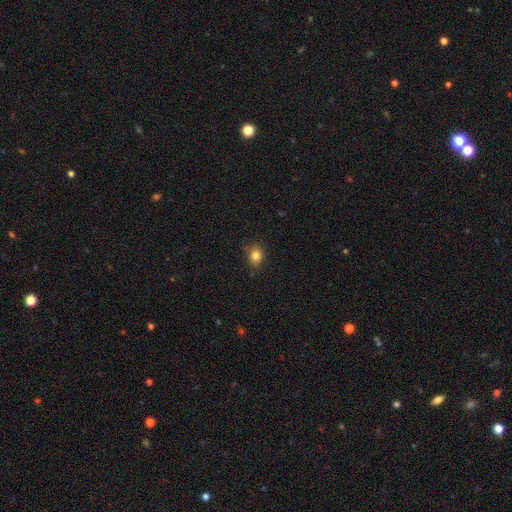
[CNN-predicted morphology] Q: Smooth or featured?
A: smooth (83%); runner-up: star or artifact (11%)
Q: How rounded?
A: round (51%); runner-up: in between (48%)
Q: Merging?
A: none (82%); runner-up: minor disturbance (14%)